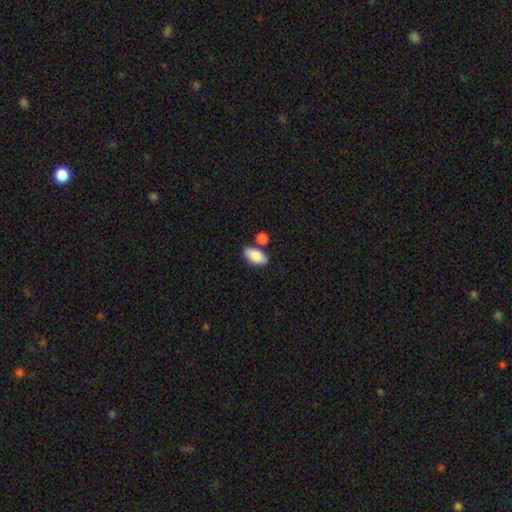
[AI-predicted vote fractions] This appears to be a smooth galaxy with no disk features (86%) that is in between round and cigar-shaped (93%). Merging: none (68%).